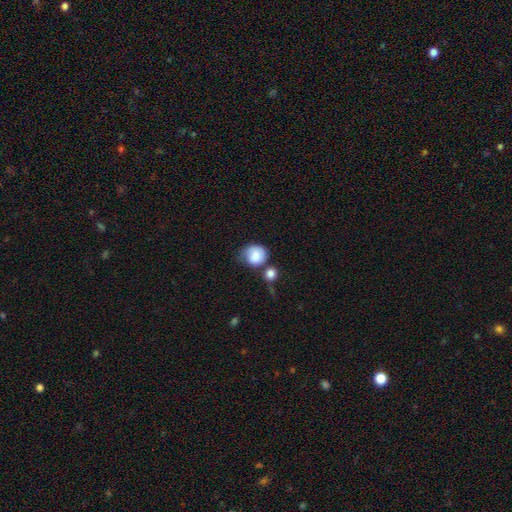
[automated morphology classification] Q: Smooth or featured?
A: smooth (79%); runner-up: featured or disk (13%)
Q: How rounded?
A: round (76%); runner-up: in between (23%)
Q: Merging?
A: none (42%); runner-up: minor disturbance (26%)